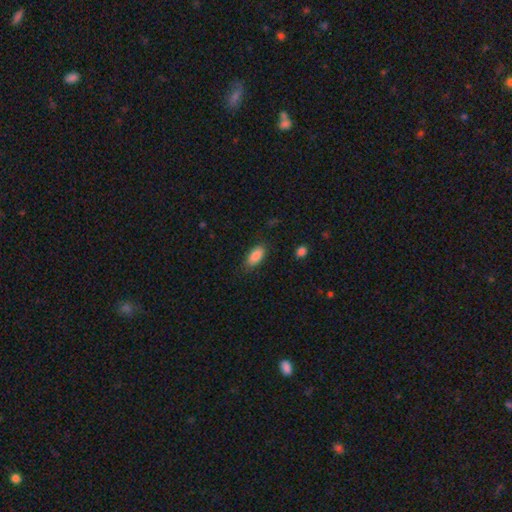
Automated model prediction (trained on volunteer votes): This is clearly a smooth galaxy (87%). How rounded: clearly in between (88%). Merging: likely none (80%).